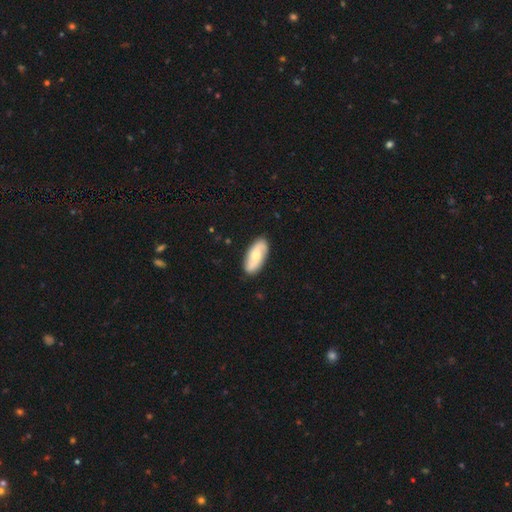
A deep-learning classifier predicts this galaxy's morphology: smooth-or-featured: featured or disk: 49% | smooth: 45% | star or artifact: 5%
  merging: none: 86% | minor disturbance: 10% | major disturbance: 2% | merger: 1%